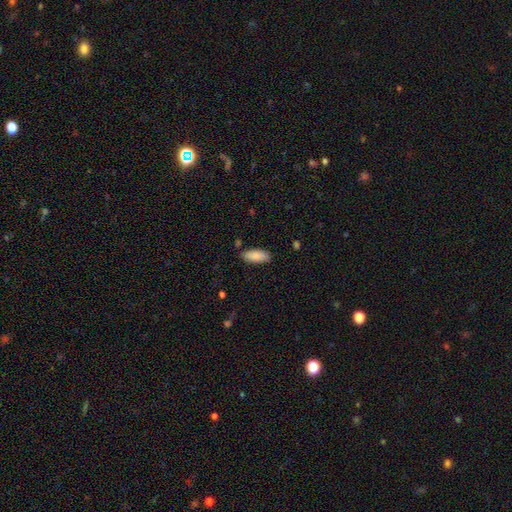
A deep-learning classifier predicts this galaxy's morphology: Smooth or featured? Predicted: smooth (p=0.88). How rounded? Predicted: in between (p=0.80). Merging? Predicted: none (p=0.86).